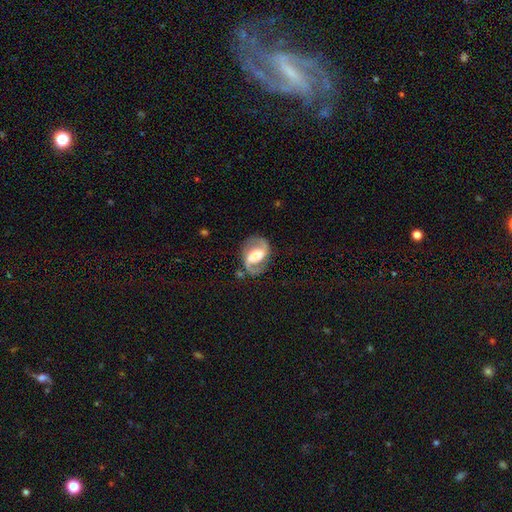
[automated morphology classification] Overall: featured or disk (85%). Edge-on disk: no (98%). Bar: strong (45%; weak 38%). Spiral arms: yes (94%). Spiral arm count: 2 (92%). Spiral winding: medium (55%; loose 23%). Bulge size: large (39%; moderate 34%). Merging: none (76%).